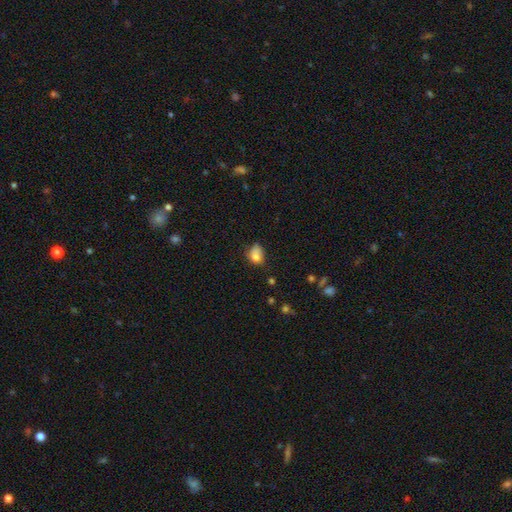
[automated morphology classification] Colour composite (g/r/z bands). It shows a smooth galaxy with no disk features (80%) that is in between round and cigar-shaped (60%). Merging: minor disturbance (41%).